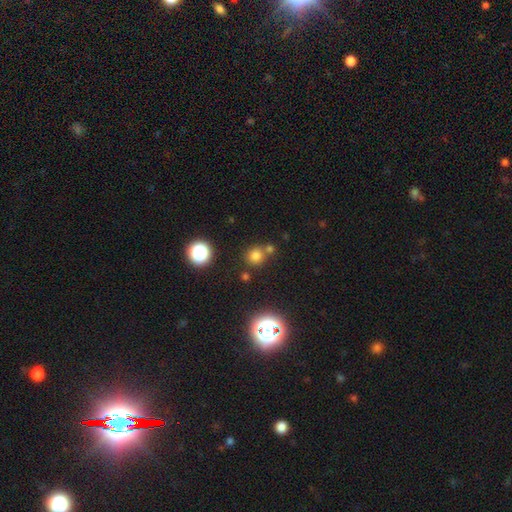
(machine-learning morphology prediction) A smooth galaxy with no disk features (71%) that is round (90%). Merging: none (68%).